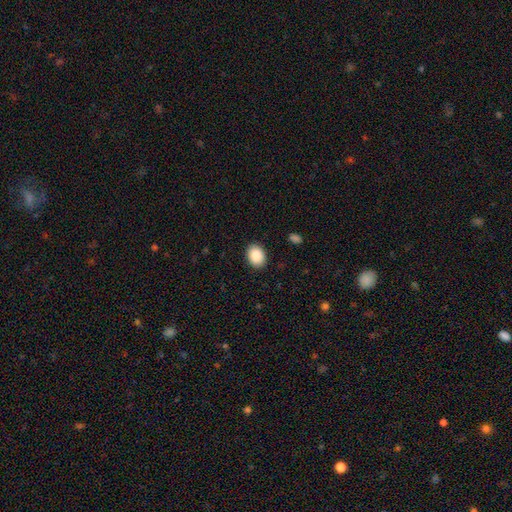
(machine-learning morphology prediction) A smooth galaxy with no disk features (88%) that is in between round and cigar-shaped (68%).

Vote fractions:
- Smooth or featured? smooth: 88% / star or artifact: 7% / featured or disk: 5%
- How rounded? in between: 68% / round: 31% / cigar-shaped: 1%
- Merging? none: 89% / minor disturbance: 8% / major disturbance: 2% / merger: 1%